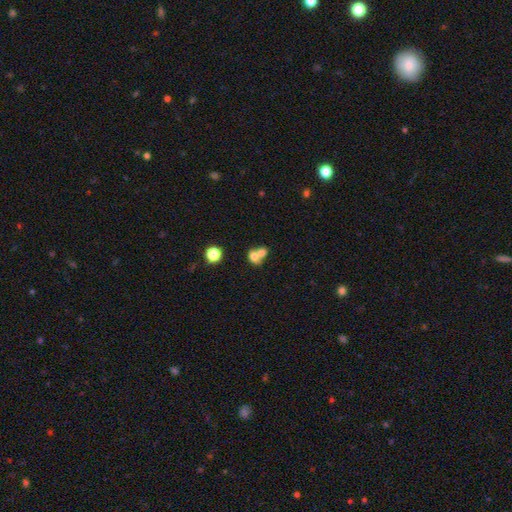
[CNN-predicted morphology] Smooth or featured? Predicted: smooth (p=0.70). How rounded? Predicted: round (p=0.50). Merging? Predicted: merger (p=0.70).